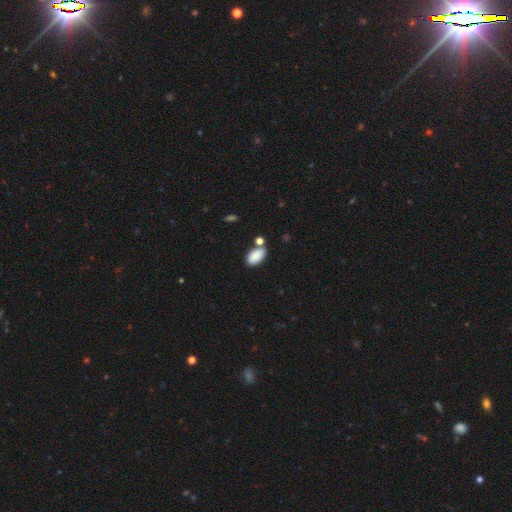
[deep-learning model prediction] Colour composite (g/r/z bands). It shows a smooth galaxy with no disk features (88%) that is in between round and cigar-shaped (94%). Merging: none (70%).